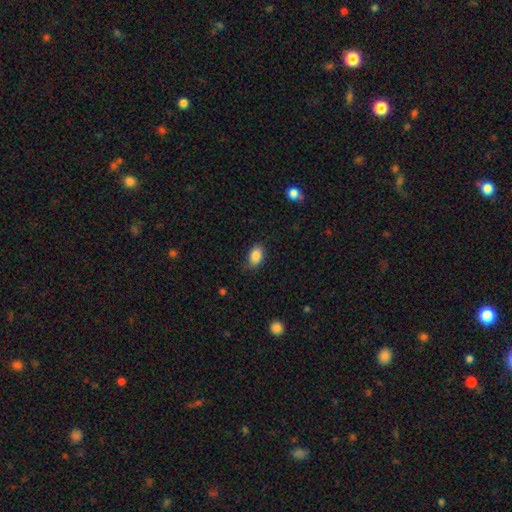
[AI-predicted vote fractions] A smooth galaxy with no disk features (87%) that is in between round and cigar-shaped (87%).

Vote fractions:
- Smooth or featured? smooth: 87% / star or artifact: 8% / featured or disk: 5%
- How rounded? in between: 87% / round: 11% / cigar-shaped: 2%
- Merging? none: 79% / minor disturbance: 16% / major disturbance: 3% / merger: 1%